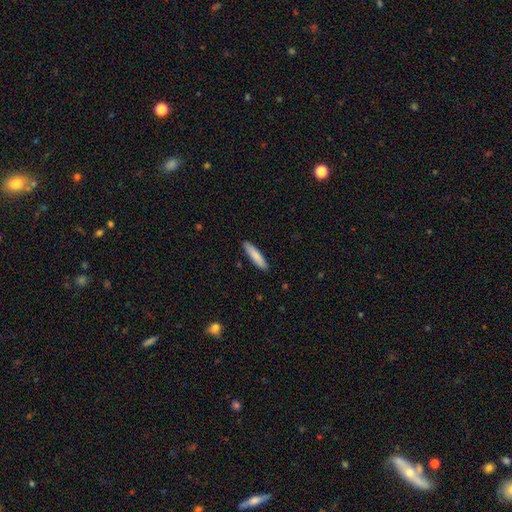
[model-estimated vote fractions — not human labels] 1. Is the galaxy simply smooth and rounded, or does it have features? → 84% smooth, 11% featured or disk, 5% star or artifact.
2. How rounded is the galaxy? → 84% cigar-shaped, 15% in between, 1% round.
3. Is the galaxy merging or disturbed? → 90% none, 7% minor disturbance, 2% major disturbance, 1% merger.